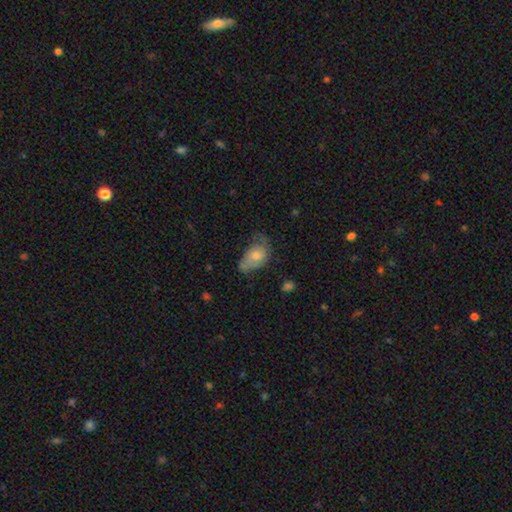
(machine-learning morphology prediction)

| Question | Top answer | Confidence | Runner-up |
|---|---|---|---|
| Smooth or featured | smooth | 49% | featured or disk (42%) |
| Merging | none | 41% | minor disturbance (36%) |